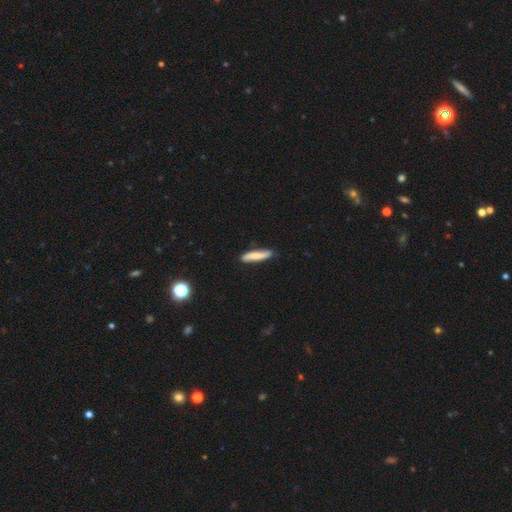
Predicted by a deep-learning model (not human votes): A smooth galaxy with no disk features (66%) that is cigar-shaped (88%). Merging: none (82%).